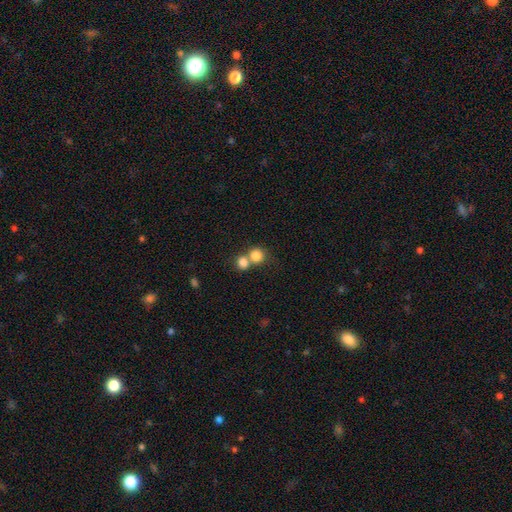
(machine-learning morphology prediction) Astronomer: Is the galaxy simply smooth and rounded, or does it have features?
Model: smooth — 80%.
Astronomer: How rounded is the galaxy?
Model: round — 86%.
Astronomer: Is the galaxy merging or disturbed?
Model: merger — 54% (runner-up: none, 37%).